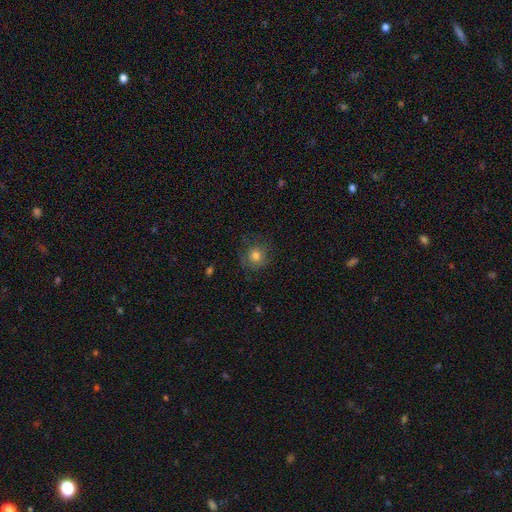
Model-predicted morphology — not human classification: smooth 78%, star or artifact 12%, featured or disk 10%. Down the decision tree: how rounded — round (90%); merging — none (79%).